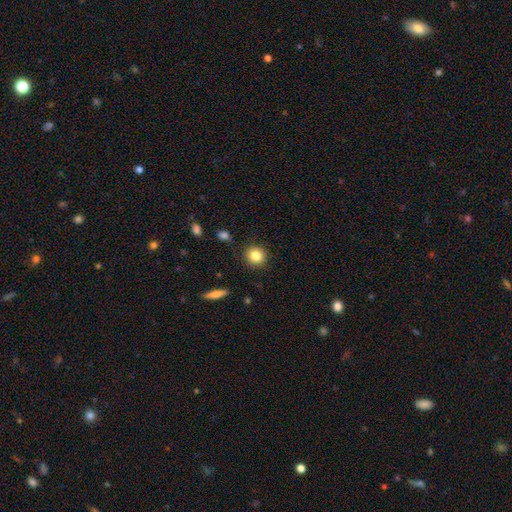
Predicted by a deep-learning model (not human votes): The model was most divided on "smooth or featured": smooth: 83%, star or artifact: 10%, featured or disk: 7%. More confident: merging — none (89%); how rounded — round (88%).